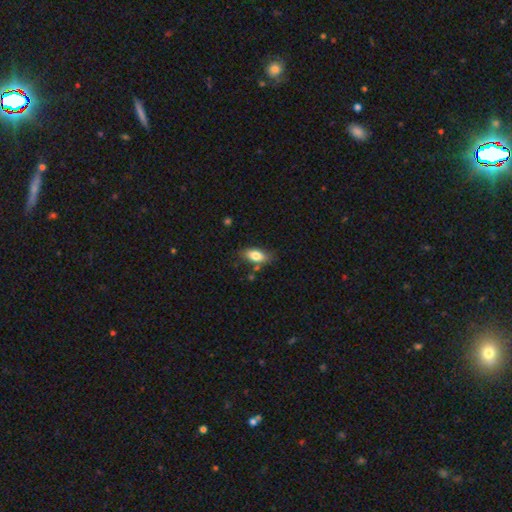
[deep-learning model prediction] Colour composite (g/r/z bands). It shows a smooth galaxy with no disk features (81%) that is in between round and cigar-shaped (88%). Merging: none (73%).